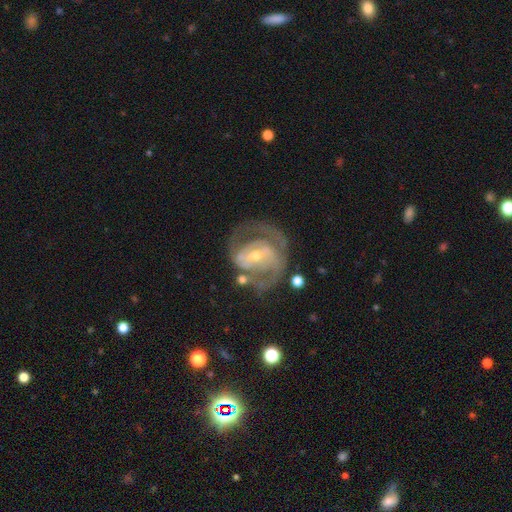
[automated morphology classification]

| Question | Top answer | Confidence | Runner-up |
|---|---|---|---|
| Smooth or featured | featured or disk | 82% | smooth (11%) |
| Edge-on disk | no | 97% | yes (3%) |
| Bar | weak | 40% | strong (35%) |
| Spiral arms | yes | 81% | no (19%) |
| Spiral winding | tight | 44% | medium (42%) |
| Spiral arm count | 2 | 58% | can't tell (24%) |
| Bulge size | small | 63% | moderate (32%) |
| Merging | none | 51% | major disturbance (23%) |